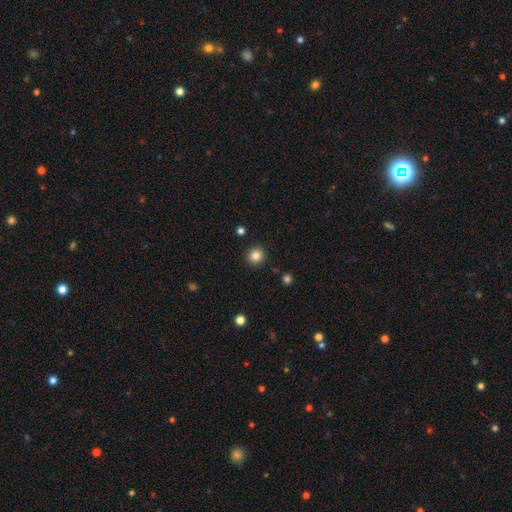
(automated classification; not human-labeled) This appears to be a smooth galaxy with no disk features (84%) that is round (94%). Merging: none (91%).